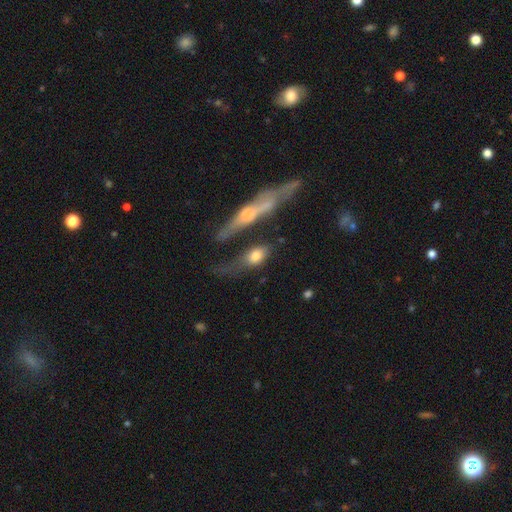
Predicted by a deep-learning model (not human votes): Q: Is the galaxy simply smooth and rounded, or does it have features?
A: smooth — 64%.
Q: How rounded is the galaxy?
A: in between — 67%.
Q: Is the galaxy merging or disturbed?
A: none — 45%.